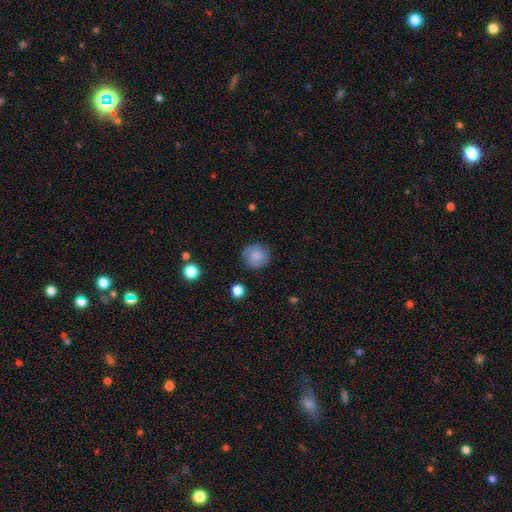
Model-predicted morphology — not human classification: type=smooth (66%); roundness=round (89%); merging=none (77%).